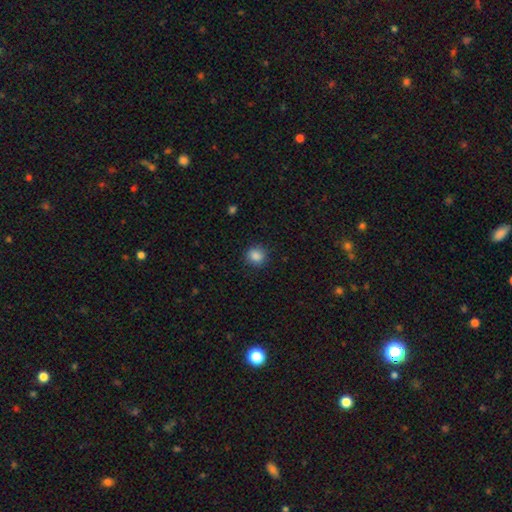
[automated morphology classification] Overall: smooth (86%). How rounded: round (86%). Merging: none (88%).